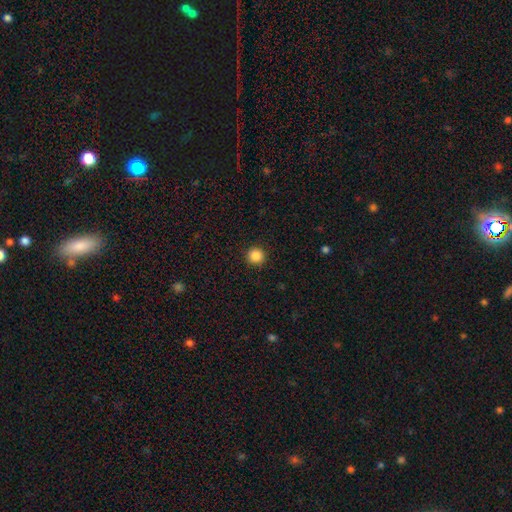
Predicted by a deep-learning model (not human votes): The model was most divided on "smooth or featured": smooth: 87%, star or artifact: 10%, featured or disk: 3%. More confident: how rounded — round (95%); merging — none (93%).